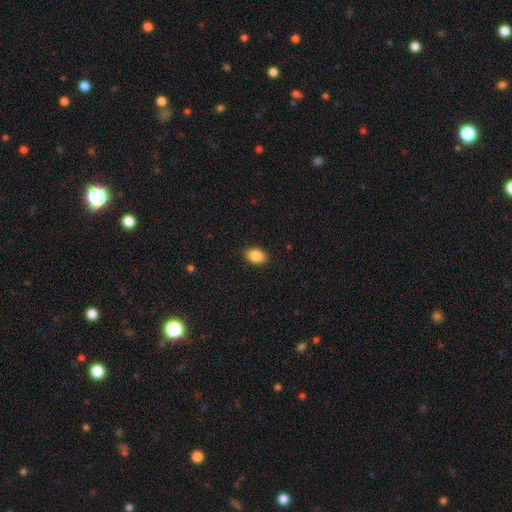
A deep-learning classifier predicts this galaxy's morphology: Smooth or featured? smooth (88%)
How rounded? in between (83%)
Merging? none (87%)